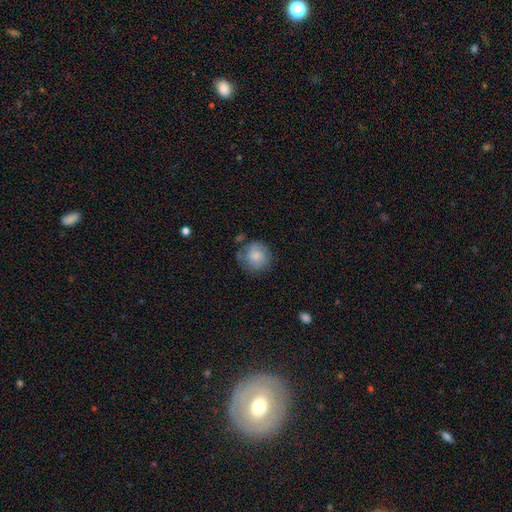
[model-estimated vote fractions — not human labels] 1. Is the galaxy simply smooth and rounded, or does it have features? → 78% smooth, 15% featured or disk, 7% star or artifact.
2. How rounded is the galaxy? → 88% round, 11% in between, 1% cigar-shaped.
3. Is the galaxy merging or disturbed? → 64% none, 24% minor disturbance, 8% major disturbance, 5% merger.